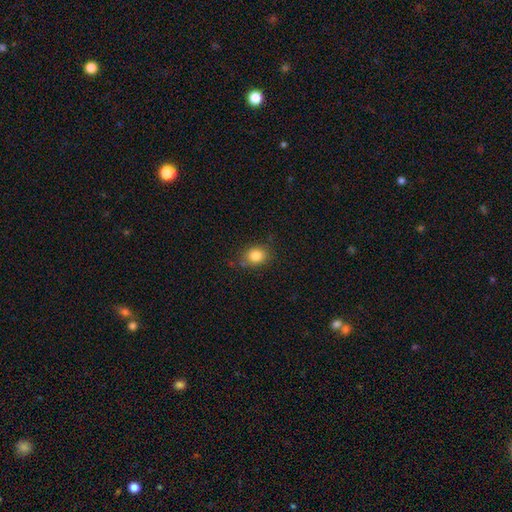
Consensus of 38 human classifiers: Smooth or featured? 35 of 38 (92%) said smooth. How rounded? 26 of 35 (74%) said round. Merging? 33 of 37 (89%) said none.